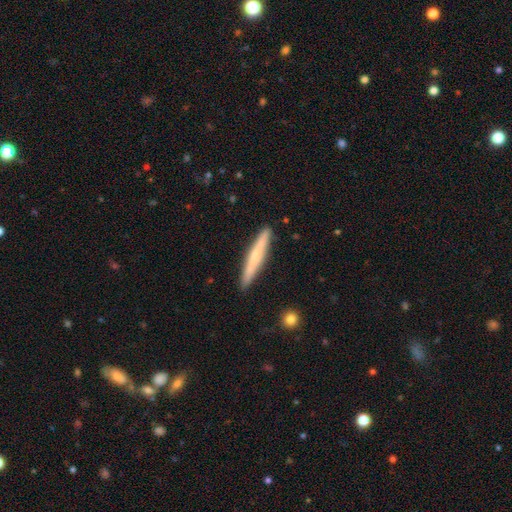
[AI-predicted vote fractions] Overall: smooth (61%; featured or disk 33%). How rounded: cigar-shaped (96%). Merging: none (90%).